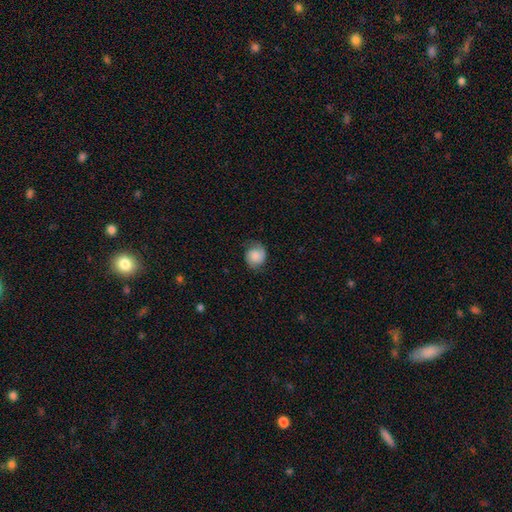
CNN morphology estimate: Smooth or featured? smooth (54%)
How rounded? round (76%)
Merging? none (73%)